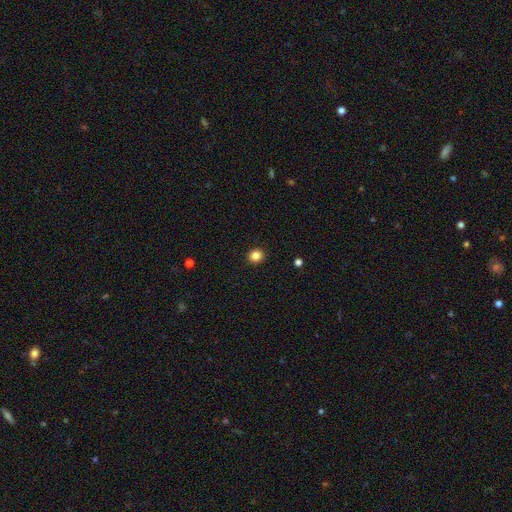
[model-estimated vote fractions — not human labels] A smooth galaxy with no disk features (85%) that is round (84%). Merging: none (92%).